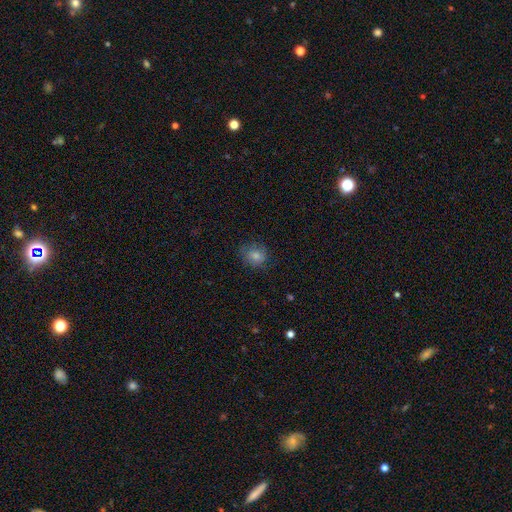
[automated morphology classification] This appears to be a smooth galaxy with no disk features (65%) that is round (76%). Merging: none (76%).